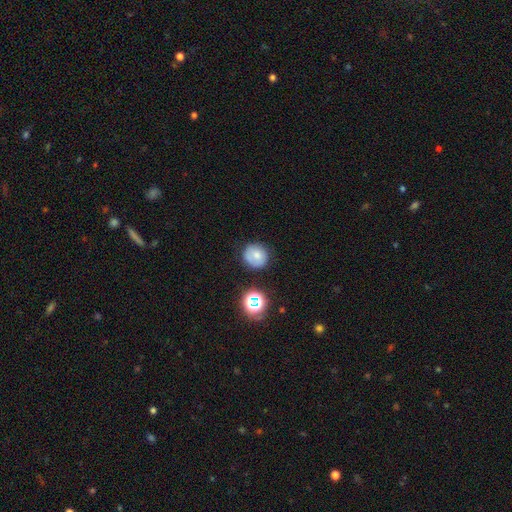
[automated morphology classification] smooth_or_featured: smooth (p=0.70) [alt: featured or disk p=0.16]
how_rounded: round (p=0.88) [alt: in between p=0.11]
merging: none (p=0.77) [alt: minor disturbance p=0.15]